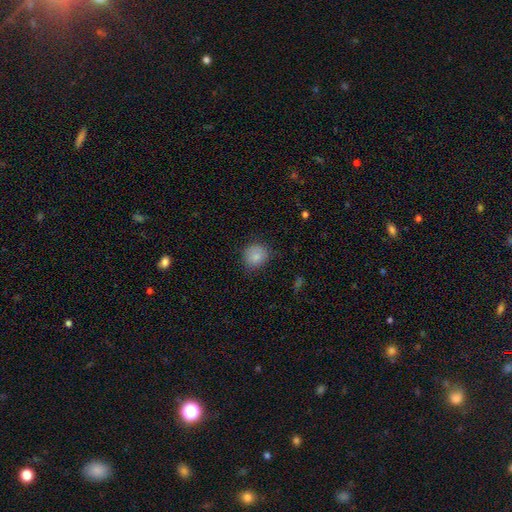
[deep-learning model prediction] Smooth or featured? smooth (84%)
How rounded? round (81%)
Merging? none (76%)